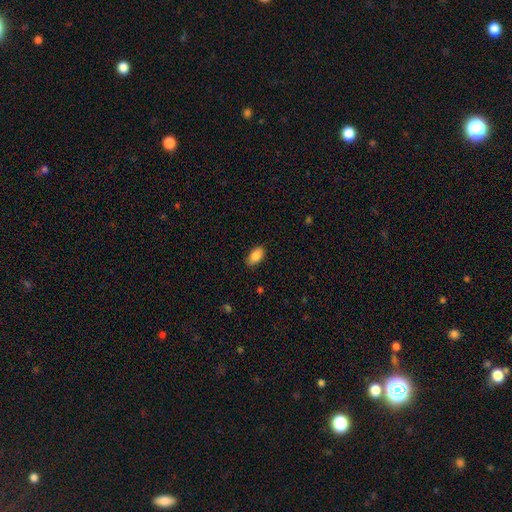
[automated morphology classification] A smooth galaxy with no disk features (87%) that is in between round and cigar-shaped (93%). Merging: none (85%).